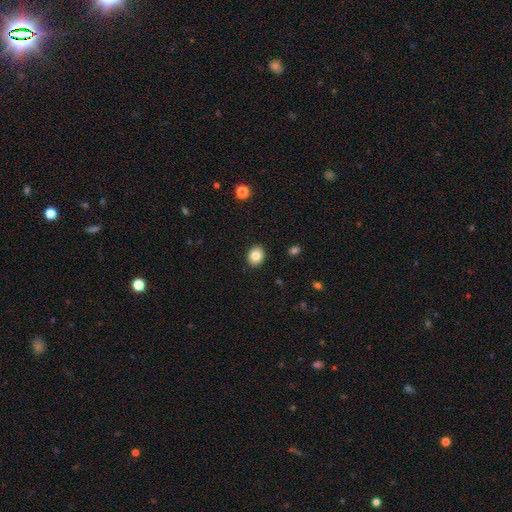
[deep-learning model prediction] A smooth galaxy with no disk features (84%) that is round (59%). Merging: none (90%).